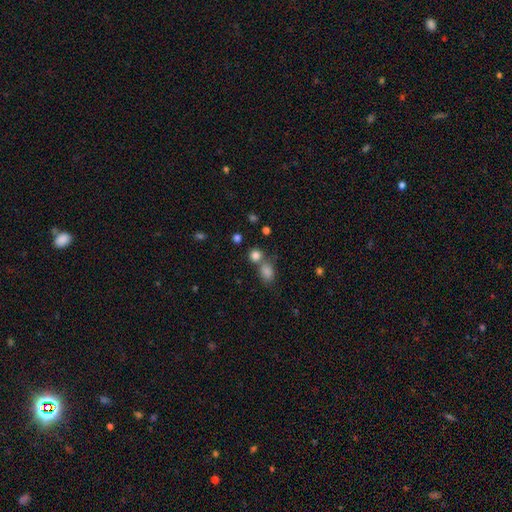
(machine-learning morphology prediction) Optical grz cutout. It shows a smooth galaxy with no disk features (81%) that is round (73%). Merging: none (55%).